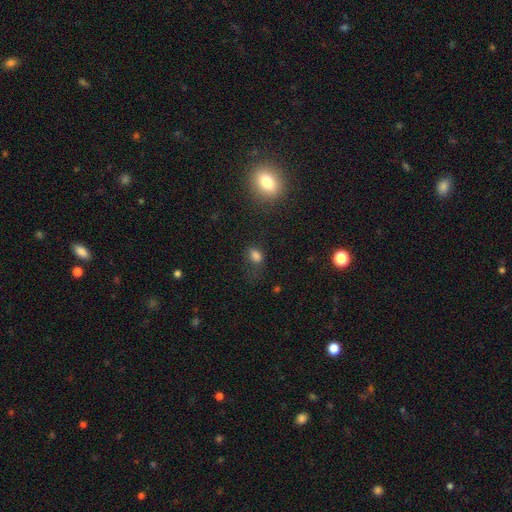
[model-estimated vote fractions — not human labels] A smooth galaxy with no disk features (76%) that is in between round and cigar-shaped (75%).

Vote fractions:
- Smooth or featured? smooth: 76% / star or artifact: 17% / featured or disk: 6%
- How rounded? in between: 75% / round: 23% / cigar-shaped: 2%
- Merging? none: 57% / minor disturbance: 24% / major disturbance: 15% / merger: 3%